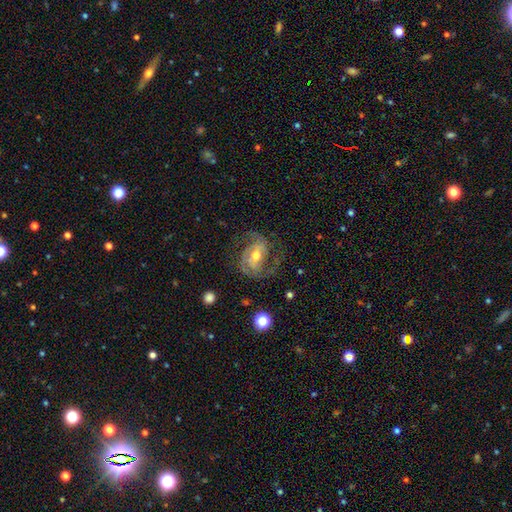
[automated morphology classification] This is clearly a featured or disk galaxy (85%). It is clearly not viewed edge-on (97%). Bar: marginally weak (45%). Spiral arm pattern: clearly yes (95%). Spiral arm count: likely 2 (72%). Spiral winding: possibly medium (51%). Central bulge: likely moderate (68%). Merging: likely none (64%).